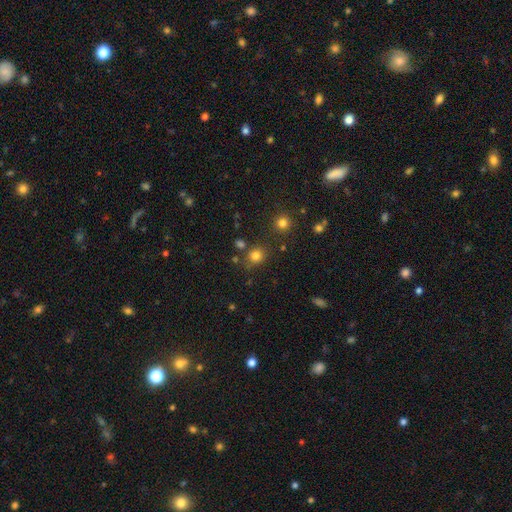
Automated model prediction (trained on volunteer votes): Smooth or featured? smooth (79%)
How rounded? round (85%)
Merging? none (79%)